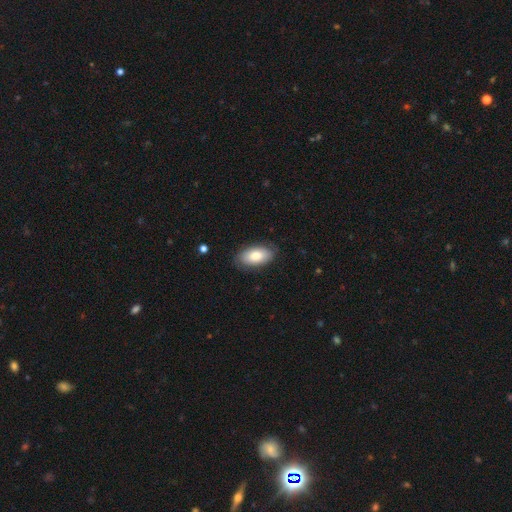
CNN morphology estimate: A smooth galaxy with no disk features (78%) that is in between round and cigar-shaped (94%).

Vote fractions:
- Smooth or featured? smooth: 78% / featured or disk: 16% / star or artifact: 6%
- How rounded? in between: 94% / round: 3% / cigar-shaped: 2%
- Merging? none: 81% / minor disturbance: 14% / major disturbance: 3% / merger: 1%